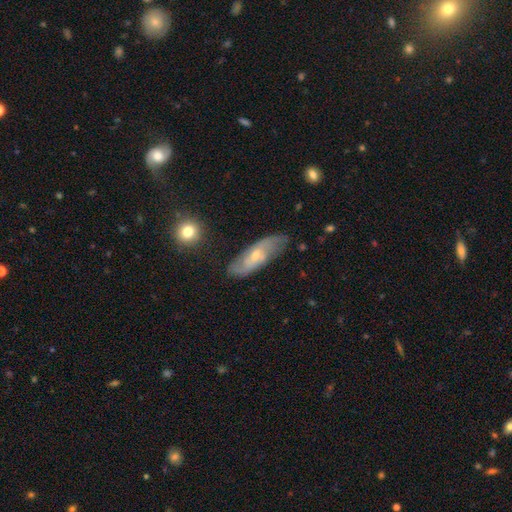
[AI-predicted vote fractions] This appears to be a featured or disk galaxy (63%) with no bar (62%), spiral arms (80%) and a small central bulge (58%). Merging: none (74%).